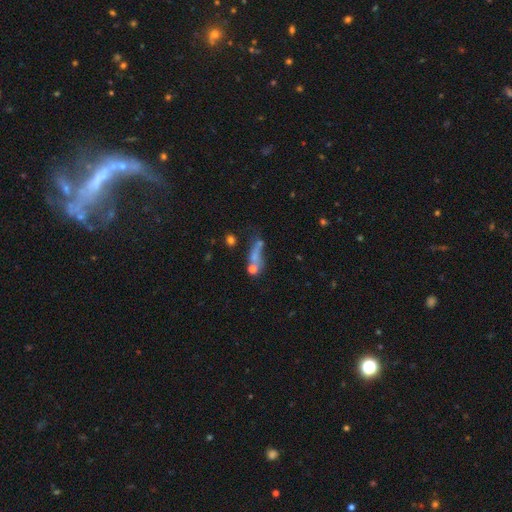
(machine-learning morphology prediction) This is possibly a smooth galaxy (51%). How rounded: marginally in between (39%). Merging: marginally none (33%).